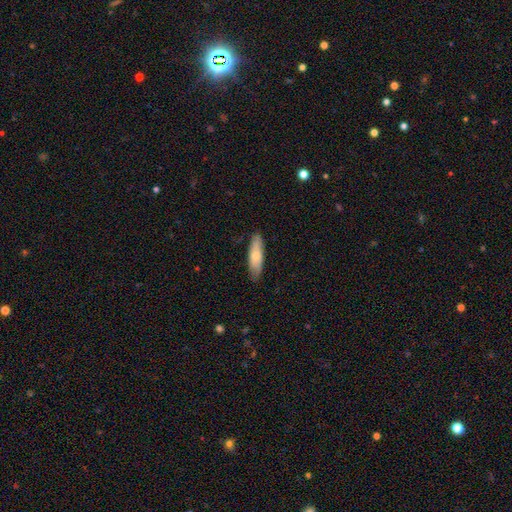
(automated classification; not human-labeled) Overall: smooth (69%). How rounded: cigar-shaped (58%; in between 41%). Merging: none (83%).